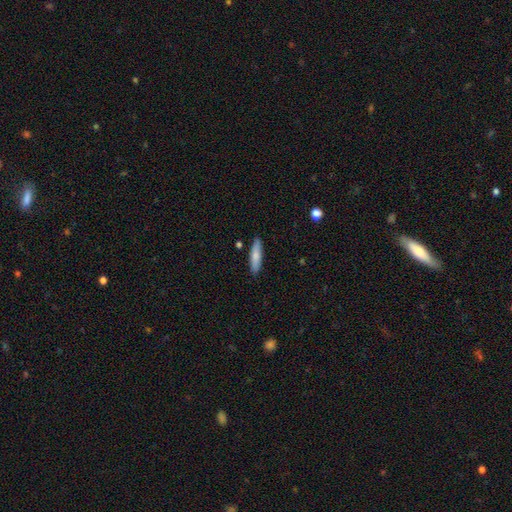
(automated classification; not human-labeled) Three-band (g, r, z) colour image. It shows a smooth galaxy with no disk features (78%) that is cigar-shaped (77%). Merging: none (88%).